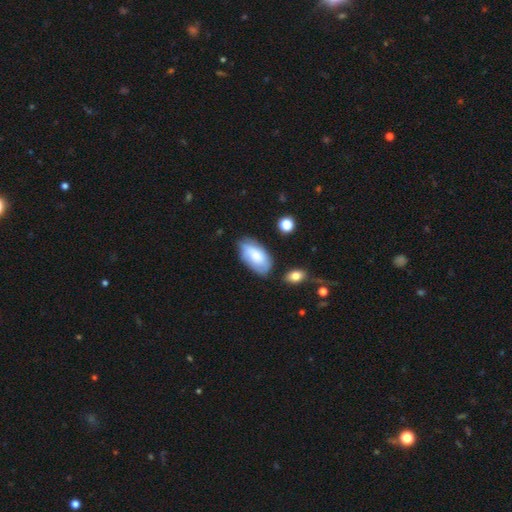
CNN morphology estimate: Overall: smooth (65%; featured or disk 28%). How rounded: in between (94%). Merging: none (67%).